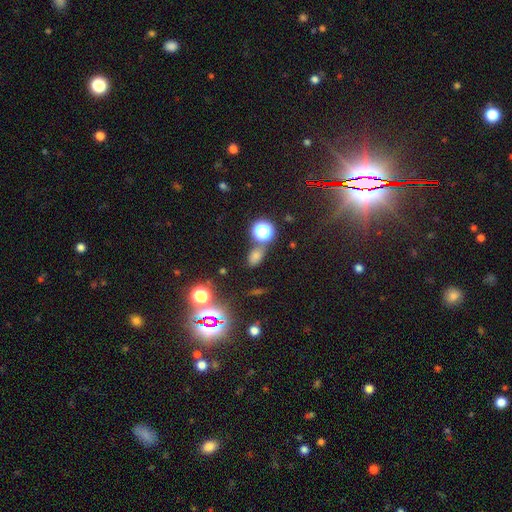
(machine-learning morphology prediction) Q: Smooth or featured?
A: smooth (64%); runner-up: star or artifact (28%)
Q: How rounded?
A: in between (72%); runner-up: round (24%)
Q: Merging?
A: none (71%); runner-up: minor disturbance (12%)